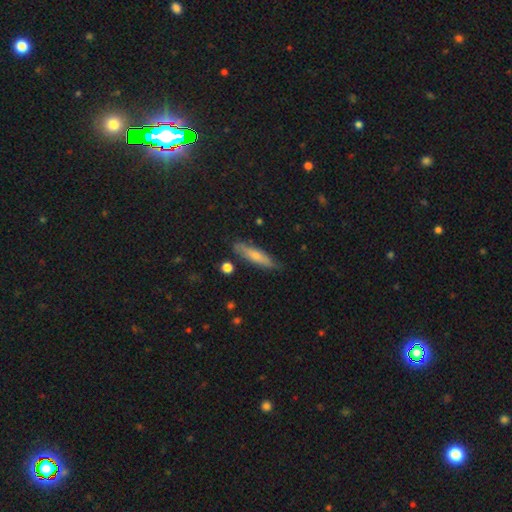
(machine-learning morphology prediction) smooth 65%, featured or disk 29%, star or artifact 6%. Down the decision tree: how rounded — cigar-shaped (77%); merging — none (80%).